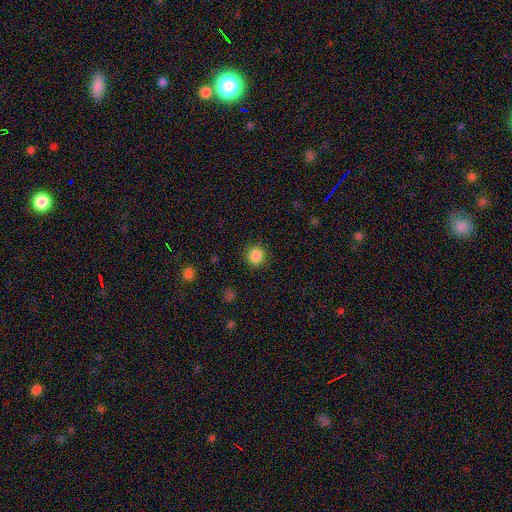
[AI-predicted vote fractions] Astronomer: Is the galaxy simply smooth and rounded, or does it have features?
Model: smooth — 86%.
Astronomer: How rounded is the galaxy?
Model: round — 93%.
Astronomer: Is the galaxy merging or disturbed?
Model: none — 90%.